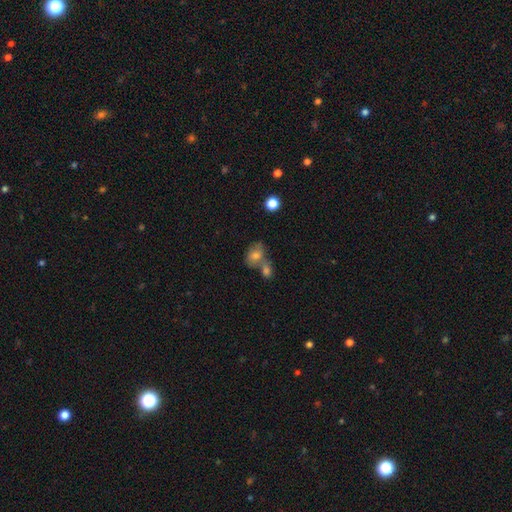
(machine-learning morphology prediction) This appears to be a smooth galaxy with no disk features (73%) that is in between round and cigar-shaped (68%). Merging: merger (44%).